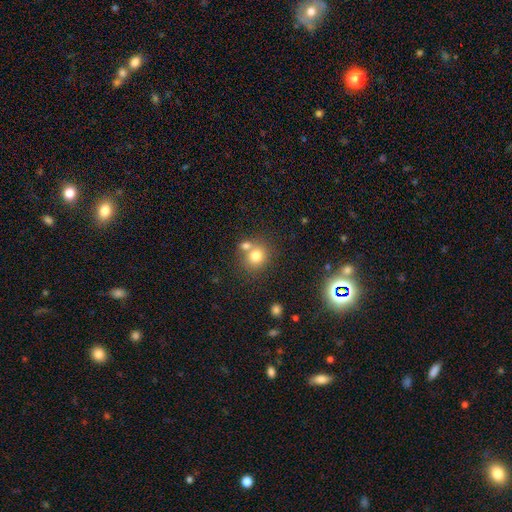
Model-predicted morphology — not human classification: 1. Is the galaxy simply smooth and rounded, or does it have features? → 77% smooth, 12% star or artifact, 11% featured or disk.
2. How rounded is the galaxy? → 77% round, 22% in between, 1% cigar-shaped.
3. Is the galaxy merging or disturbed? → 52% none, 35% merger, 9% minor disturbance, 3% major disturbance.